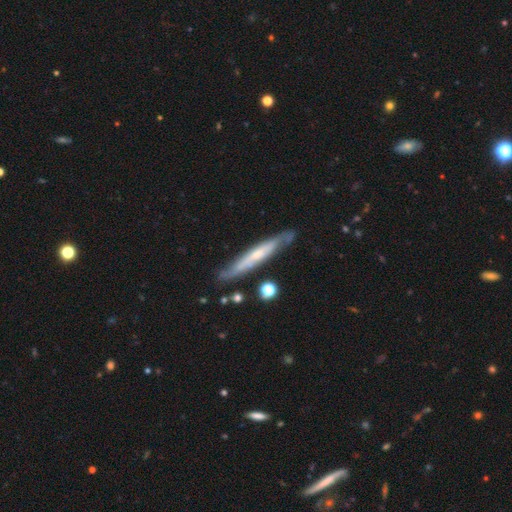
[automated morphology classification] Q: Smooth or featured?
A: featured or disk (63%); runner-up: smooth (31%)
Q: Edge-on disk?
A: yes (79%); runner-up: no (21%)
Q: Merging?
A: none (76%); runner-up: minor disturbance (17%)